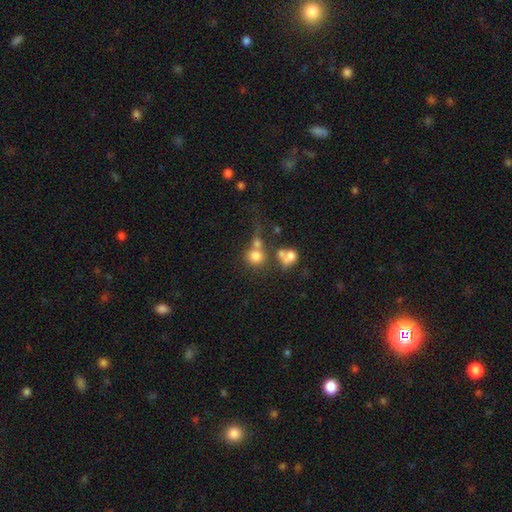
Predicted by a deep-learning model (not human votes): Morphology: type=smooth (71%); roundness=round (84%); merging=none (42%).